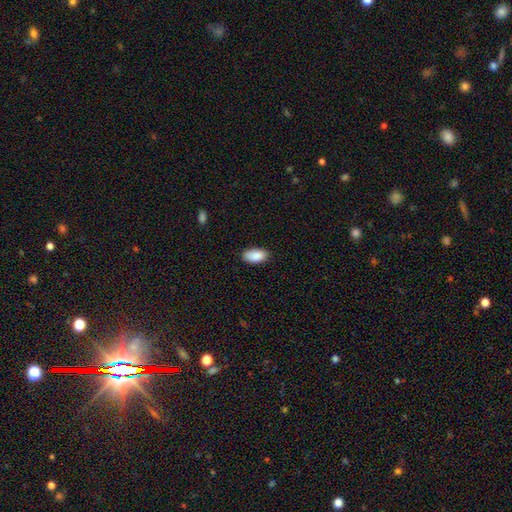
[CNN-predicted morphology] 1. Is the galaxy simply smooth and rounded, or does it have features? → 89% smooth, 7% star or artifact, 4% featured or disk.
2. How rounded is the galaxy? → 94% in between, 3% cigar-shaped, 3% round.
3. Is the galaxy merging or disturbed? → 83% none, 13% minor disturbance, 2% major disturbance, 1% merger.